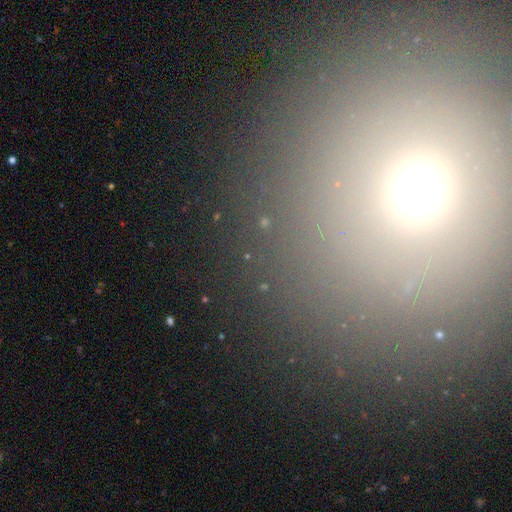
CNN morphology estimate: Smooth or featured?
  - smooth: 50% *
  - star or artifact: 36%
  - featured or disk: 14%
How rounded?
  - round: 80% *
  - in between: 19%
  - cigar-shaped: 2%
Merging?
  - none: 85% *
  - minor disturbance: 8%
  - major disturbance: 4%
  - merger: 3%